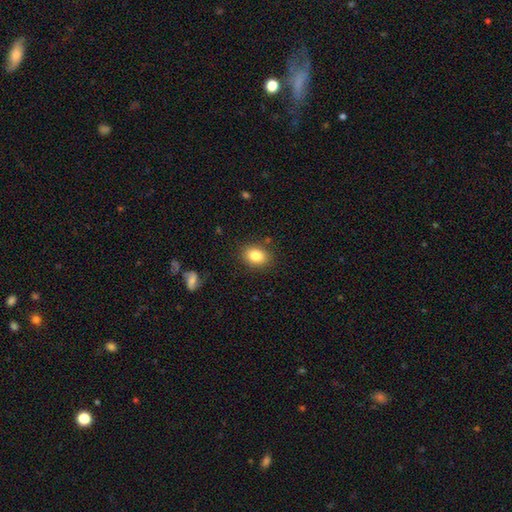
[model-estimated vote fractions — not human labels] smooth-or-featured: smooth: 84% | star or artifact: 9% | featured or disk: 7%
  how-rounded: in between: 66% | round: 33% | cigar-shaped: 1%
  merging: none: 85% | minor disturbance: 10% | major disturbance: 3% | merger: 2%